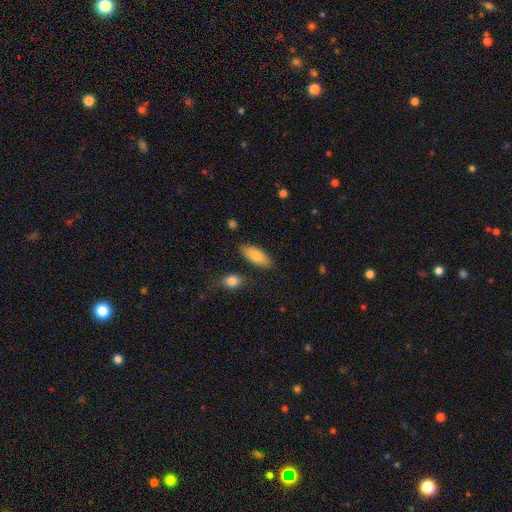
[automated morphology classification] Smooth or featured? smooth (85%)
How rounded? in between (85%)
Merging? none (81%)